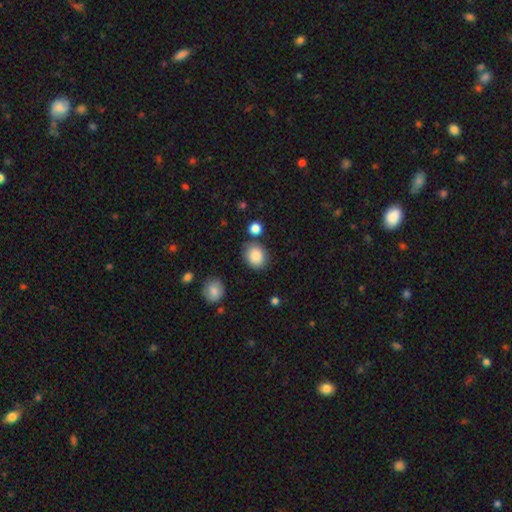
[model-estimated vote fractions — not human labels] A smooth galaxy with no disk features (86%) that is round (54%). Merging: none (77%).